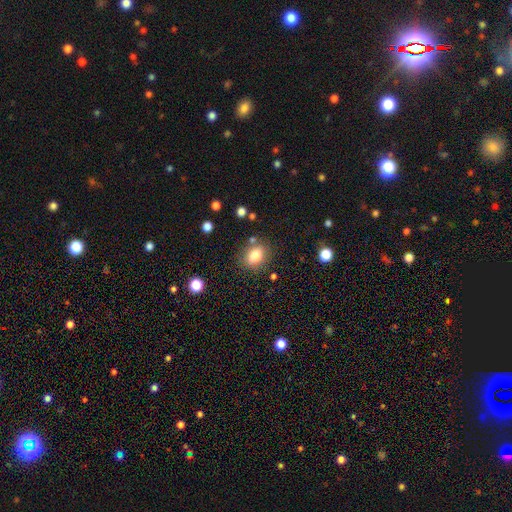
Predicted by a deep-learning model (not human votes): smooth_or_featured: smooth (p=0.82) [alt: star or artifact p=0.10]
how_rounded: in between (p=0.53) [alt: round p=0.46]
merging: none (p=0.78) [alt: minor disturbance p=0.13]